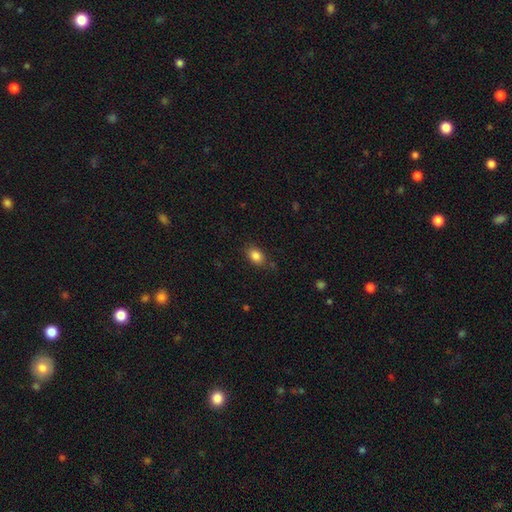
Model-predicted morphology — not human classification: Smooth or featured?
  - smooth: 85% *
  - star or artifact: 9%
  - featured or disk: 6%
How rounded?
  - in between: 76% *
  - round: 22%
  - cigar-shaped: 1%
Merging?
  - none: 79% *
  - minor disturbance: 15%
  - major disturbance: 4%
  - merger: 2%